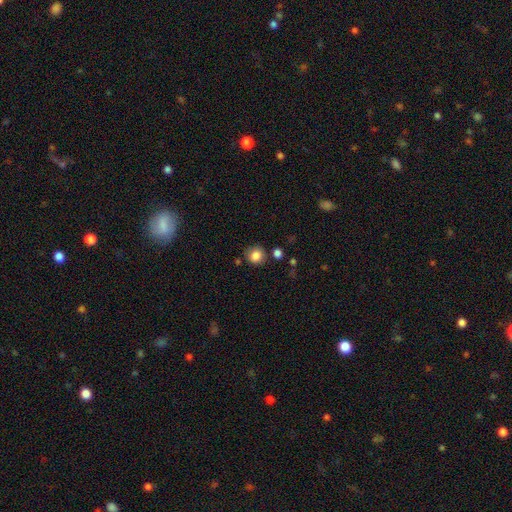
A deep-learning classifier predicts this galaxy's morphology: smooth-or-featured: smooth: 84% | star or artifact: 10% | featured or disk: 5%
  how-rounded: round: 88% | in between: 11% | cigar-shaped: 1%
  merging: none: 80% | minor disturbance: 12% | merger: 5% | major disturbance: 3%